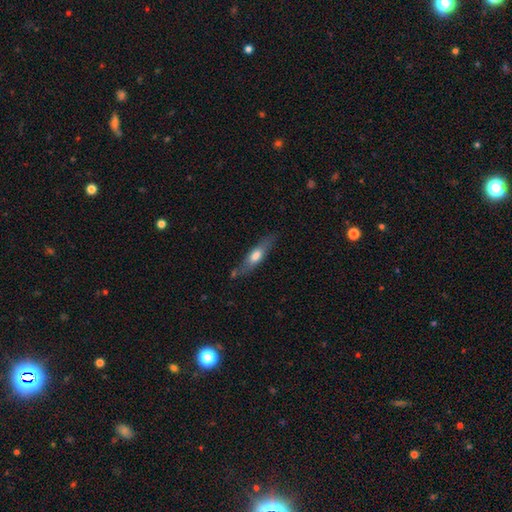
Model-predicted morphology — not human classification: Smooth or featured? smooth (56%)
How rounded? cigar-shaped (64%)
Merging? none (71%)